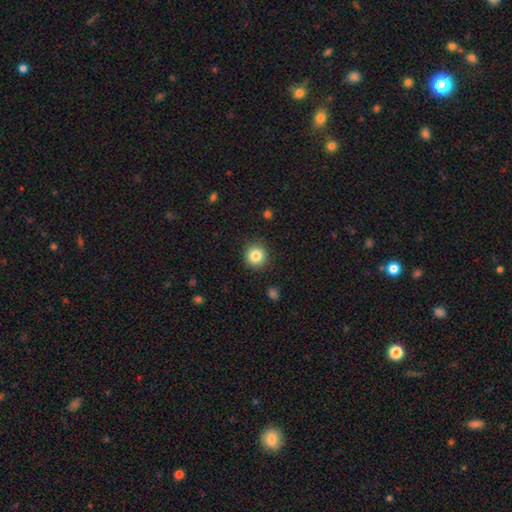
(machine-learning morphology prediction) Q: Smooth or featured?
A: smooth (85%); runner-up: star or artifact (10%)
Q: How rounded?
A: round (94%); runner-up: in between (6%)
Q: Merging?
A: none (90%); runner-up: minor disturbance (7%)